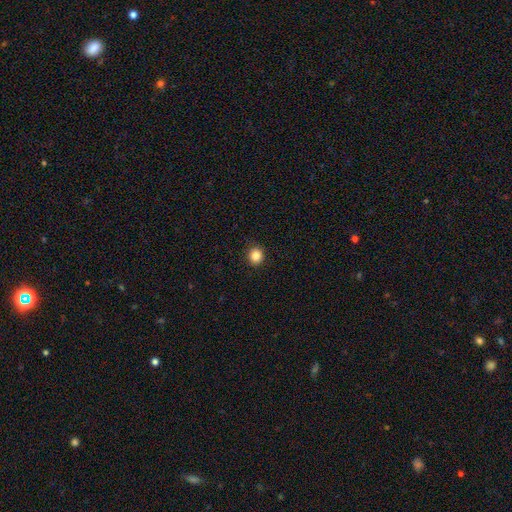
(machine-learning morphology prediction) smooth 86%, star or artifact 11%, featured or disk 3%. Down the decision tree: how rounded — round (91%); merging — none (91%).